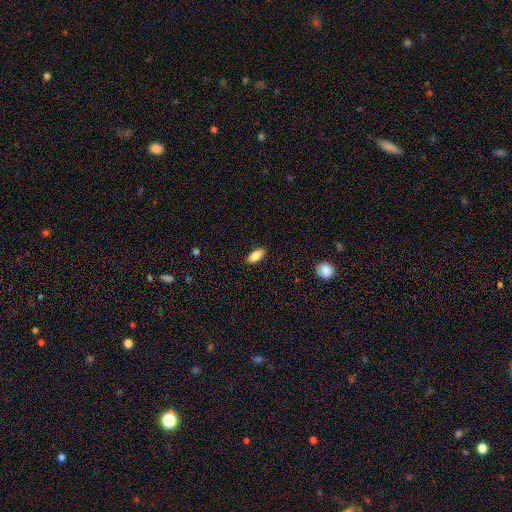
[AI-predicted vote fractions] Smooth or featured: smooth — 86% (featured or disk — 7%)
How rounded: in between — 88% (cigar-shaped — 10%)
Merging: none — 88% (minor disturbance — 9%)